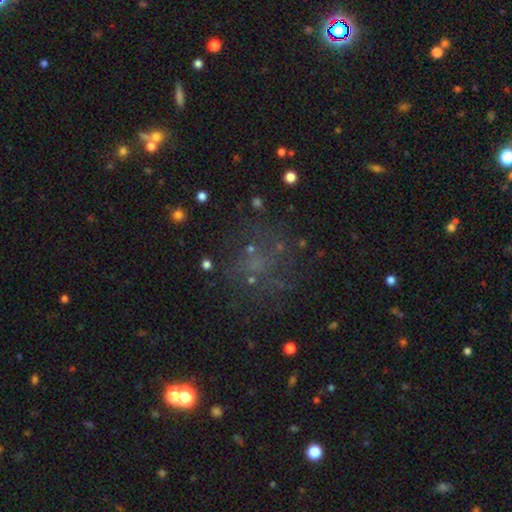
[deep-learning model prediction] Overall: star or artifact (42%; smooth 36%).